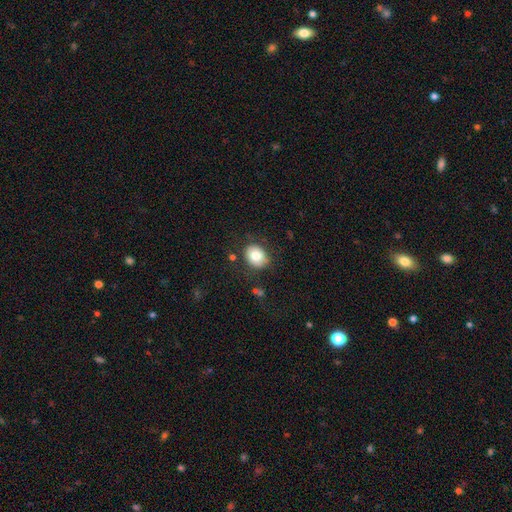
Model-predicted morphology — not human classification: Overall: smooth (78%). How rounded: round (52%; in between 47%). Merging: none (79%).